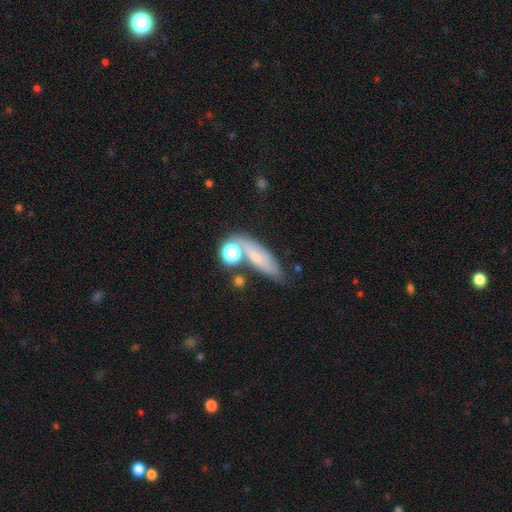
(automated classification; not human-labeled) This appears to be a smooth galaxy with no disk features (51%) that is in between round and cigar-shaped (48%). Merging: none (52%).